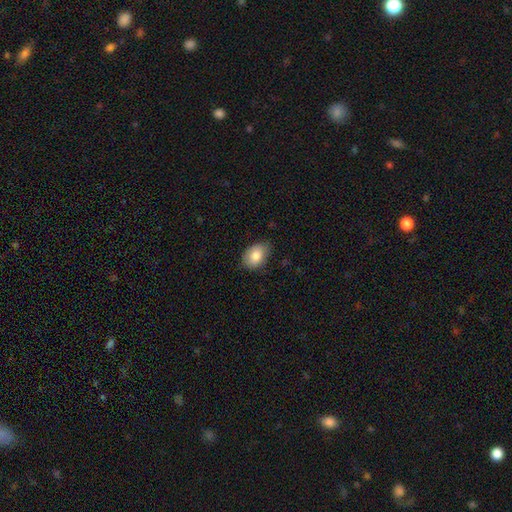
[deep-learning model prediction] smooth_or_featured: smooth (p=0.83) [alt: featured or disk p=0.10]
how_rounded: in between (p=0.83) [alt: round p=0.16]
merging: none (p=0.75) [alt: minor disturbance p=0.20]